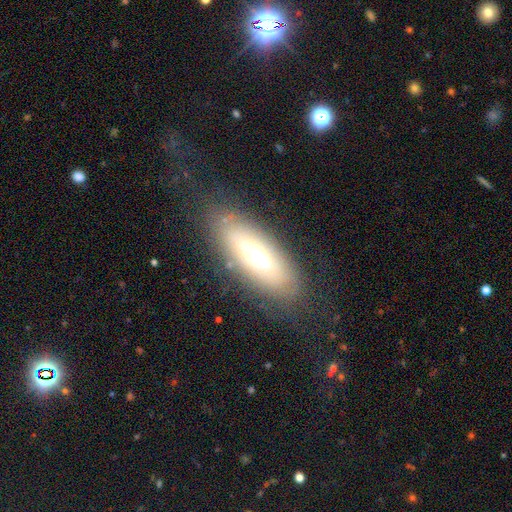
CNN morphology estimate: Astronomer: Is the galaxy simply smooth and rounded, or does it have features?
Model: smooth — 46% (runner-up: featured or disk, 45%).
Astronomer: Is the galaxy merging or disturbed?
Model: none — 74%.